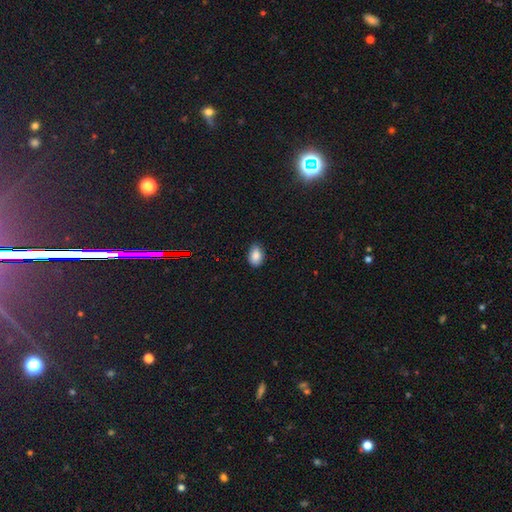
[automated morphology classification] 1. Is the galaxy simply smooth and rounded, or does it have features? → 85% smooth, 9% star or artifact, 6% featured or disk.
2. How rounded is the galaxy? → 85% in between, 13% round, 1% cigar-shaped.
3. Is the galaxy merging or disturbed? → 75% none, 21% minor disturbance, 3% major disturbance, 1% merger.